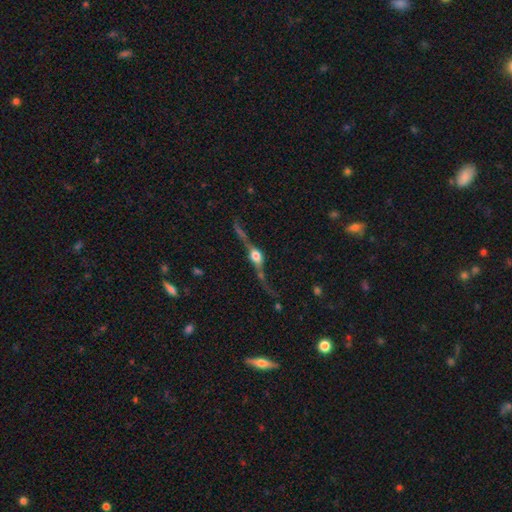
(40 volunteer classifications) featured or disk 70%, smooth 20%, star or artifact 10%. Down the decision tree: edge-on disk — yes (82%); edge-on bulge — rounded (100%); merging — none (39%).